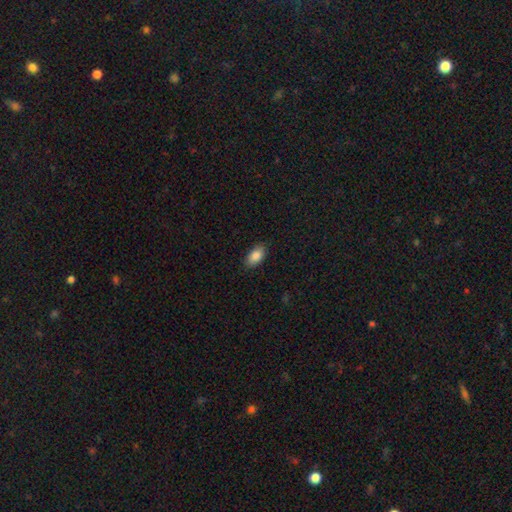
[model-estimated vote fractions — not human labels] smooth-or-featured: smooth: 88% | star or artifact: 7% | featured or disk: 5%
  how-rounded: in between: 93% | round: 4% | cigar-shaped: 3%
  merging: none: 86% | minor disturbance: 11% | major disturbance: 2% | merger: 1%